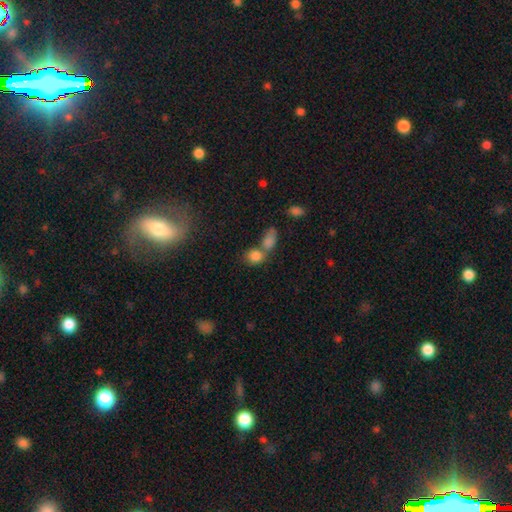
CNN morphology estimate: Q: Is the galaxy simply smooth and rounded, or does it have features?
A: smooth — 82%.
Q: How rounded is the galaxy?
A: round — 53%.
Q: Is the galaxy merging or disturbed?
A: merger — 50%.